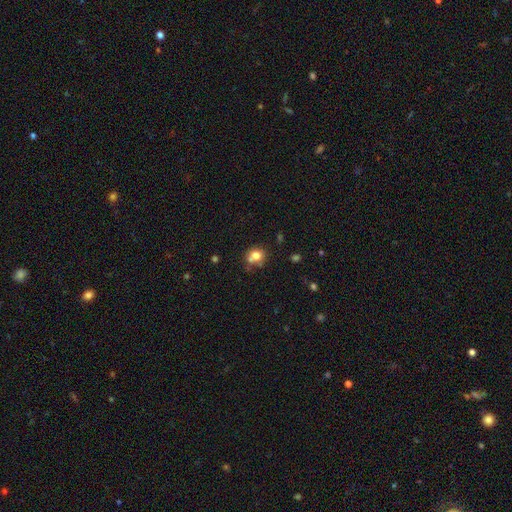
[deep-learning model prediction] This is likely a smooth galaxy (75%). How rounded: likely round (75%). Merging: possibly none (55%).